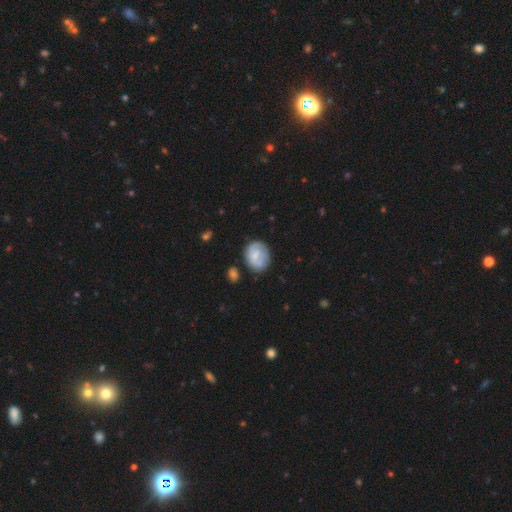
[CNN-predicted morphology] Smooth or featured?
  - smooth: 68% *
  - featured or disk: 25%
  - star or artifact: 7%
How rounded?
  - round: 50% *
  - in between: 49%
  - cigar-shaped: 1%
Merging?
  - none: 64% *
  - minor disturbance: 23%
  - major disturbance: 7%
  - merger: 6%